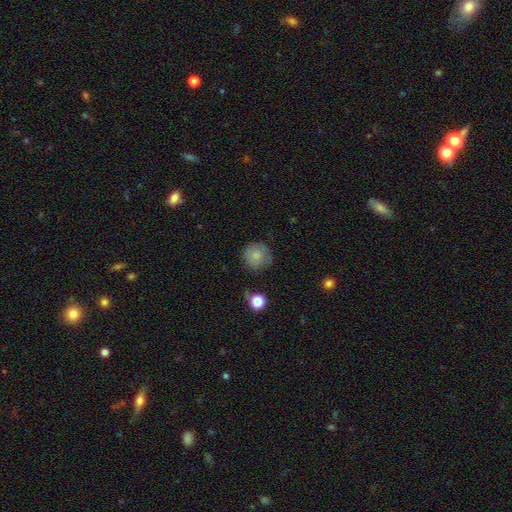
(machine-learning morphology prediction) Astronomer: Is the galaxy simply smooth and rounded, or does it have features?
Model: smooth — 79%.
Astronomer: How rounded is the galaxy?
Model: round — 92%.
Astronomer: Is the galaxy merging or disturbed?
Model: none — 69%.